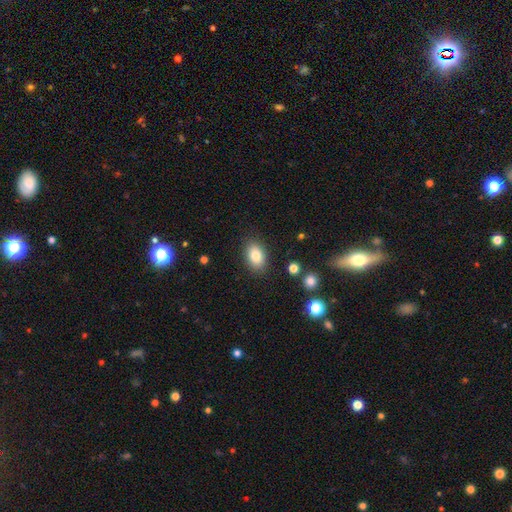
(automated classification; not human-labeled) A smooth galaxy with no disk features (82%) that is in between round and cigar-shaped (86%).

Vote fractions:
- Smooth or featured? smooth: 82% / featured or disk: 9% / star or artifact: 8%
- How rounded? in between: 86% / round: 13% / cigar-shaped: 1%
- Merging? none: 87% / minor disturbance: 9% / major disturbance: 2% / merger: 1%